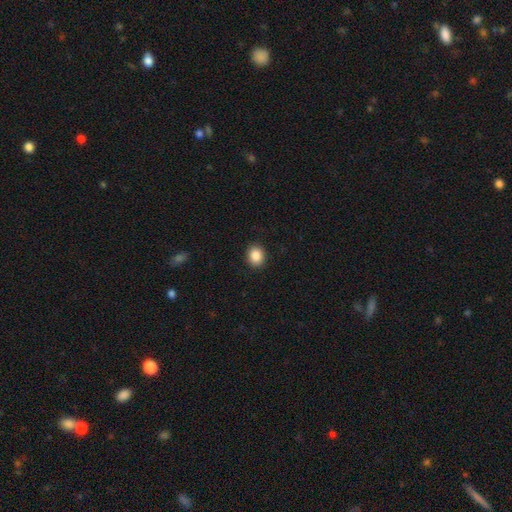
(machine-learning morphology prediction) smooth 88%, star or artifact 9%, featured or disk 4%. Down the decision tree: how rounded — round (57%); merging — none (91%).